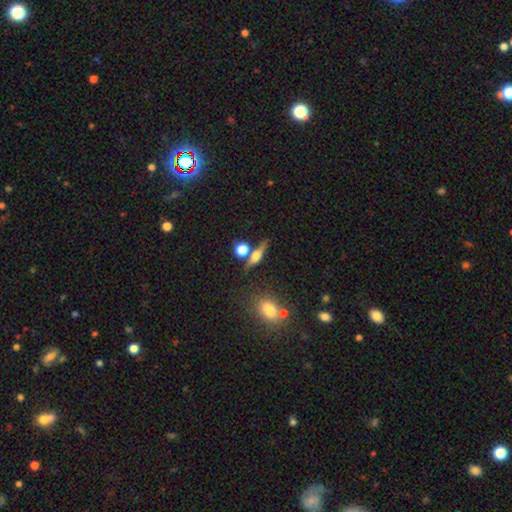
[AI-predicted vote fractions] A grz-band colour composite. It shows a featured or disk galaxy (47%). Merging: none (67%).